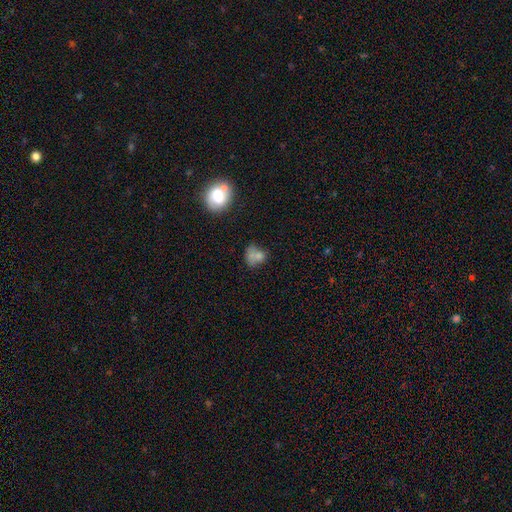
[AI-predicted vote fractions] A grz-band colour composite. It shows a smooth galaxy with no disk features (71%) that is round (50%). Merging: none (38%).